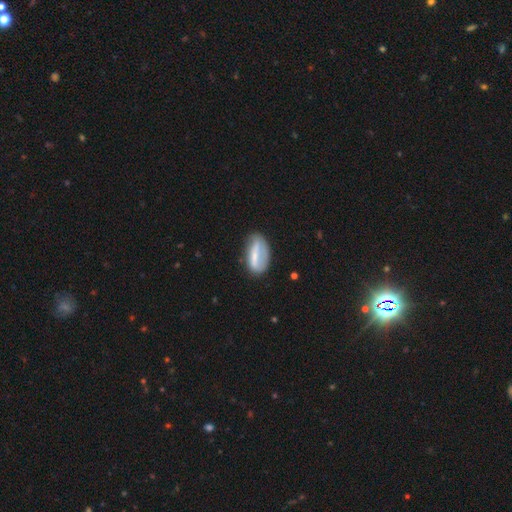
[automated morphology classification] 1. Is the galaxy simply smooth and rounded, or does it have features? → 53% smooth, 40% featured or disk, 7% star or artifact.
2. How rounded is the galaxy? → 83% in between, 13% cigar-shaped, 3% round.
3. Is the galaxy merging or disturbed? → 61% none, 26% minor disturbance, 10% major disturbance, 3% merger.